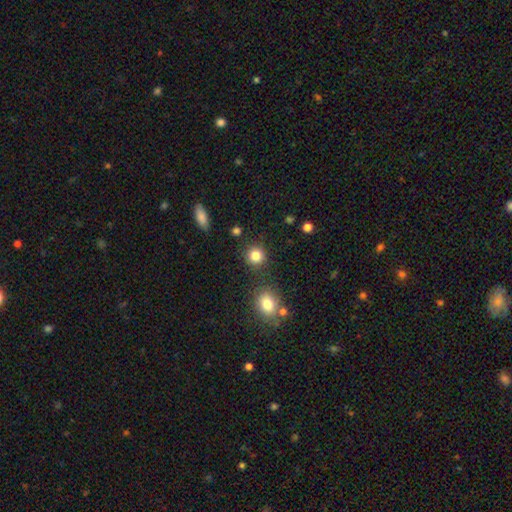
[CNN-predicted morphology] Smooth or featured? smooth (84%)
How rounded? round (89%)
Merging? none (84%)